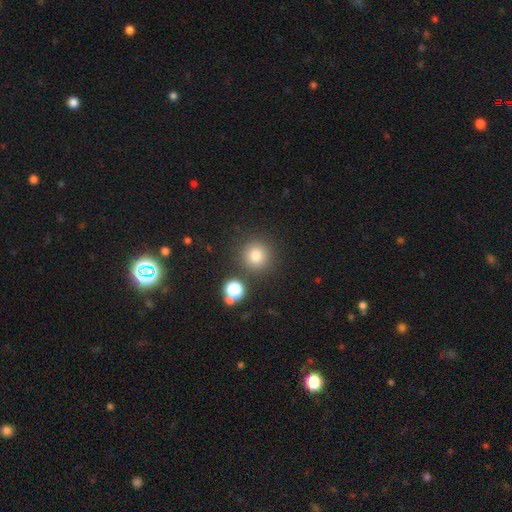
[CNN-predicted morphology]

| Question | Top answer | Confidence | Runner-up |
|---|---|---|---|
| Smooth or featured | smooth | 80% | star or artifact (15%) |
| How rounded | round | 94% | in between (5%) |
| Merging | none | 84% | minor disturbance (7%) |